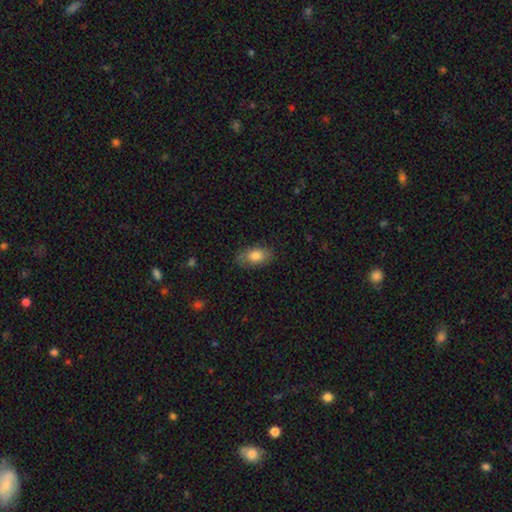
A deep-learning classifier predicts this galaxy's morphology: Smooth or featured?
  - smooth: 80% *
  - featured or disk: 13%
  - star or artifact: 8%
How rounded?
  - in between: 89% *
  - round: 8%
  - cigar-shaped: 3%
Merging?
  - none: 77% *
  - minor disturbance: 17%
  - major disturbance: 4%
  - merger: 1%